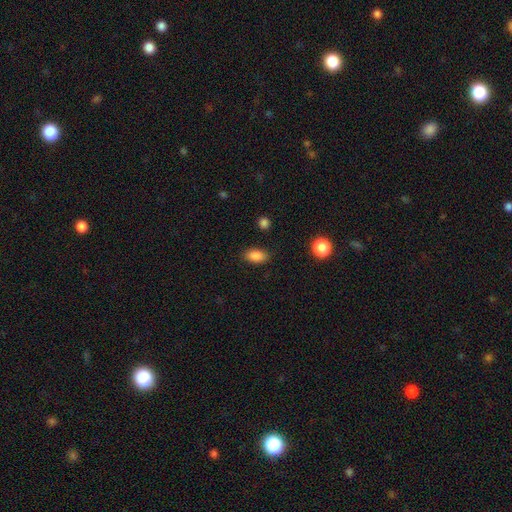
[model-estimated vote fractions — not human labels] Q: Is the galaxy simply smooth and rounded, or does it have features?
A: smooth — 87%.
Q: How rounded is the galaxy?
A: in between — 89%.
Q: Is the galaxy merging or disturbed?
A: none — 86%.